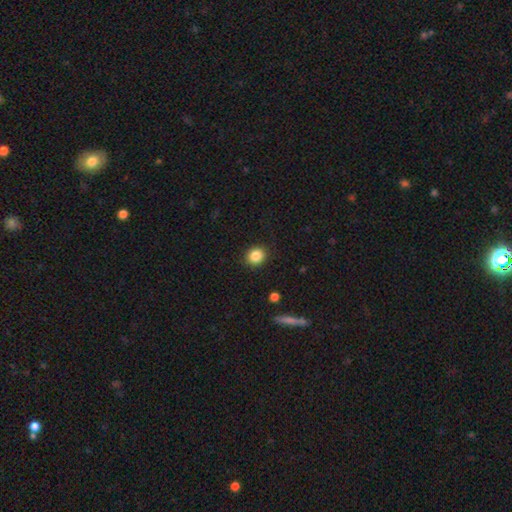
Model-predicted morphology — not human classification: type=smooth (86%); roundness=round (81%); merging=none (90%).